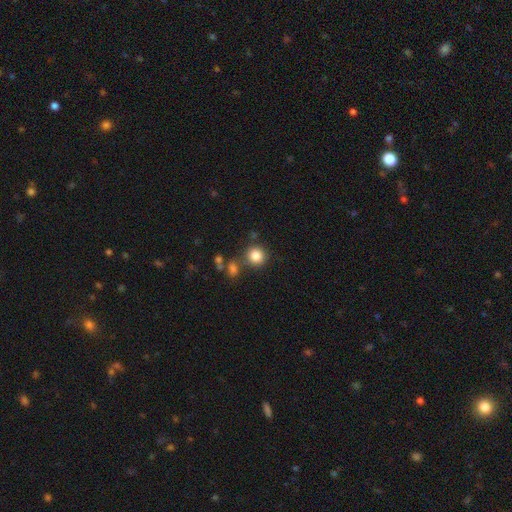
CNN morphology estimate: A smooth galaxy with no disk features (83%) that is round (89%).

Vote fractions:
- Smooth or featured? smooth: 83% / star or artifact: 11% / featured or disk: 6%
- How rounded? round: 89% / in between: 10% / cigar-shaped: 1%
- Merging? none: 74% / merger: 11% / minor disturbance: 10% / major disturbance: 4%